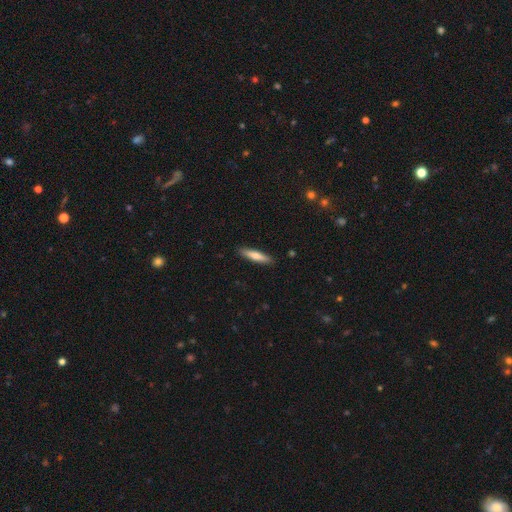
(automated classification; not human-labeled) A smooth galaxy with no disk features (71%) that is cigar-shaped (84%).

Vote fractions:
- Smooth or featured? smooth: 71% / featured or disk: 23% / star or artifact: 6%
- How rounded? cigar-shaped: 84% / in between: 14% / round: 1%
- Merging? none: 90% / minor disturbance: 8% / major disturbance: 2% / merger: 1%